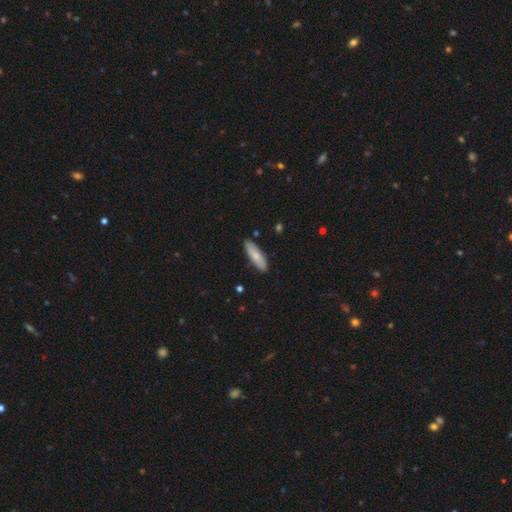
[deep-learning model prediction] smooth-or-featured: smooth: 78% | featured or disk: 17% | star or artifact: 5%
  how-rounded: cigar-shaped: 52% | in between: 46% | round: 2%
  merging: none: 87% | minor disturbance: 10% | major disturbance: 2% | merger: 1%